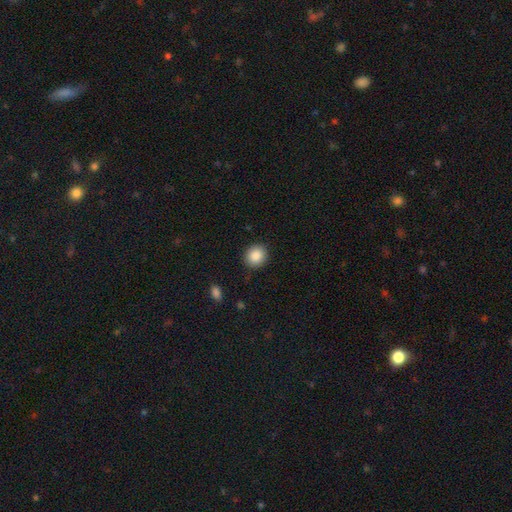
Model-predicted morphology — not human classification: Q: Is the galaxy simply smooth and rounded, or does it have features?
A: smooth — 88%.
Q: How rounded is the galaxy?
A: round — 80%.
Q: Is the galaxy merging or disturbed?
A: none — 90%.